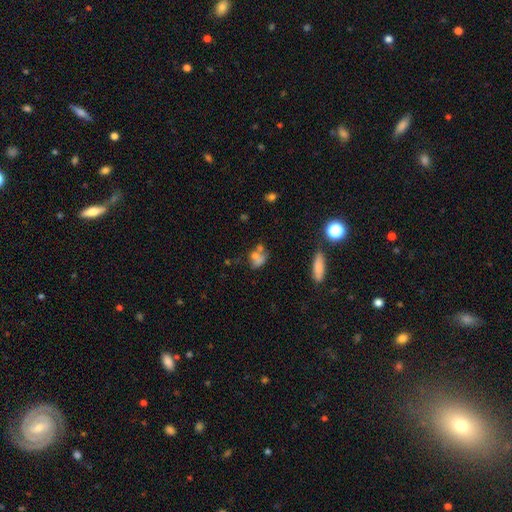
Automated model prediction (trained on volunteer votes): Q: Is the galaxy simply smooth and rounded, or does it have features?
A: smooth — 57%.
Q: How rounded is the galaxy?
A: in between — 56%.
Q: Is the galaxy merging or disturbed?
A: merger — 40%.